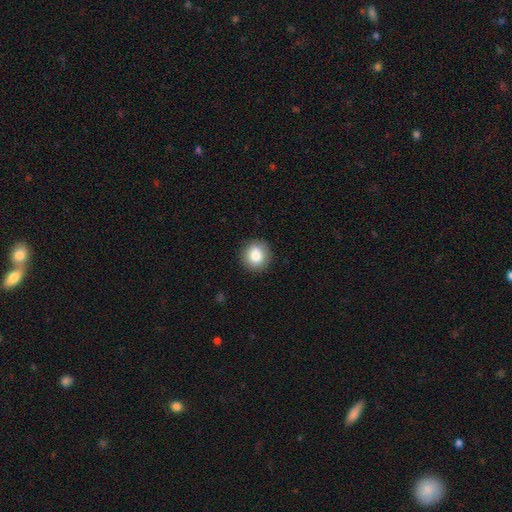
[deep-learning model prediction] Q: Smooth or featured?
A: smooth (82%); runner-up: star or artifact (9%)
Q: How rounded?
A: round (85%); runner-up: in between (14%)
Q: Merging?
A: none (89%); runner-up: minor disturbance (8%)